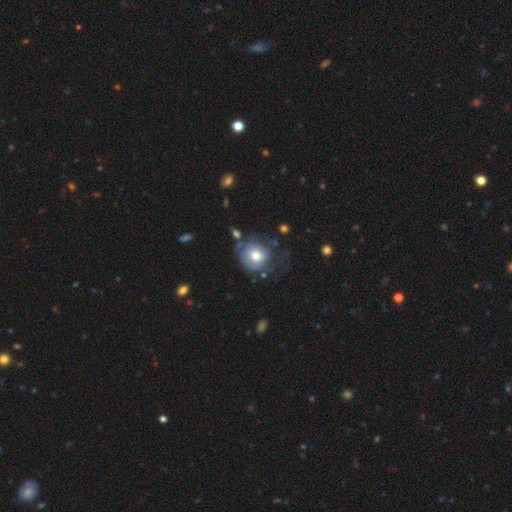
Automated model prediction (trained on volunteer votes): Smooth or featured? Predicted: smooth (p=0.57). How rounded? Predicted: round (p=0.79). Merging? Predicted: none (p=0.47).